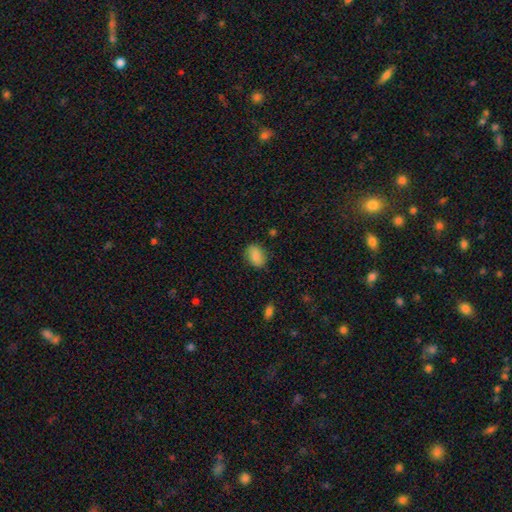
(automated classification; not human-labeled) A smooth galaxy with no disk features (87%) that is in between round and cigar-shaped (77%).

Vote fractions:
- Smooth or featured? smooth: 87% / star or artifact: 8% / featured or disk: 5%
- How rounded? in between: 77% / round: 21% / cigar-shaped: 2%
- Merging? none: 80% / minor disturbance: 15% / major disturbance: 4% / merger: 1%